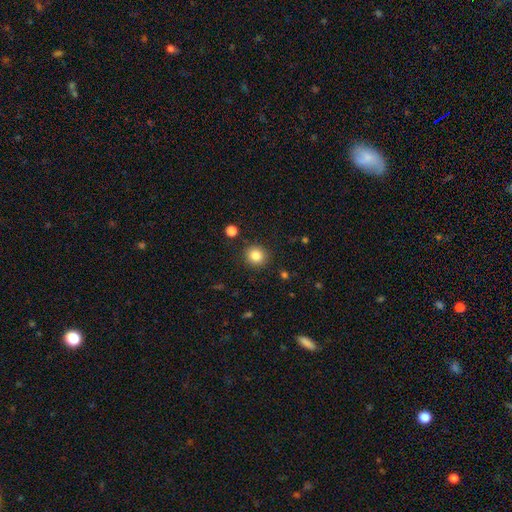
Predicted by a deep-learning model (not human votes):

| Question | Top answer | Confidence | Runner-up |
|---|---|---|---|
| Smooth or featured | smooth | 83% | star or artifact (11%) |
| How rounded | round | 89% | in between (10%) |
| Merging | none | 89% | minor disturbance (7%) |